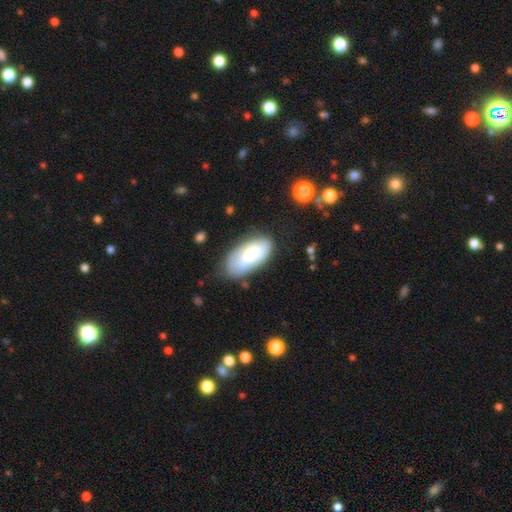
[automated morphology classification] This appears to be a smooth galaxy with no disk features (66%) that is in between round and cigar-shaped (90%). Merging: none (74%).